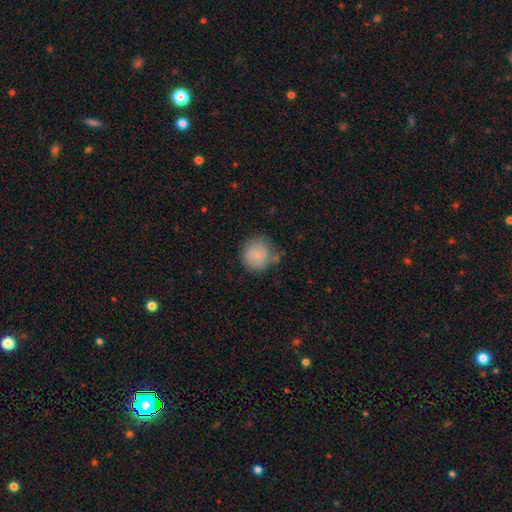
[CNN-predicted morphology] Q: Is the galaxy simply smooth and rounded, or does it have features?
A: smooth — 82%.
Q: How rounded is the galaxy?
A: round — 91%.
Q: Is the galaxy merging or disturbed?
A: none — 68%.